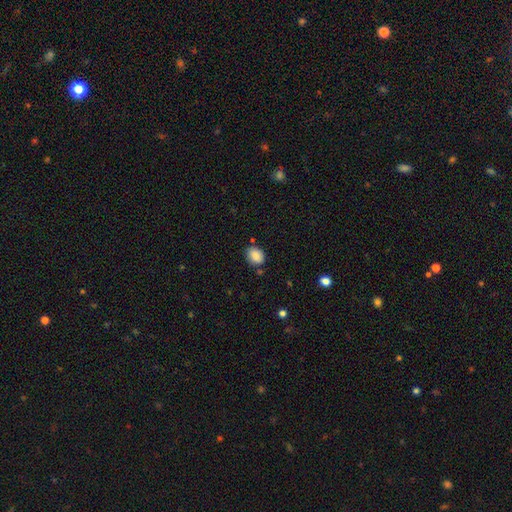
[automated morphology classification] smooth 86%, star or artifact 8%, featured or disk 6%. Down the decision tree: how rounded — in between (55%); merging — none (78%).